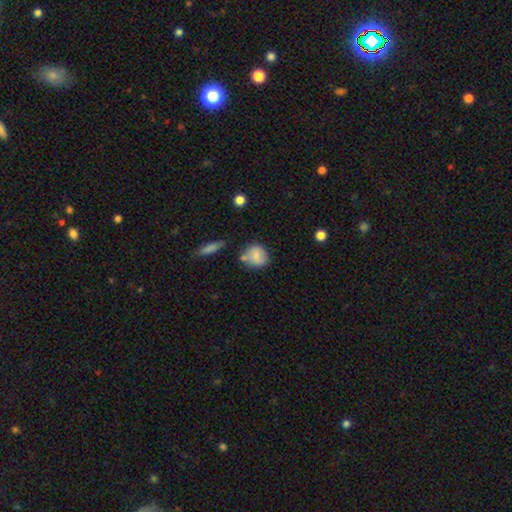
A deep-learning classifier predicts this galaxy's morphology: A smooth galaxy with no disk features (74%) that is round (71%).

Vote fractions:
- Smooth or featured? smooth: 74% / featured or disk: 18% / star or artifact: 9%
- How rounded? round: 71% / in between: 27% / cigar-shaped: 2%
- Merging? none: 59% / minor disturbance: 21% / merger: 14% / major disturbance: 6%